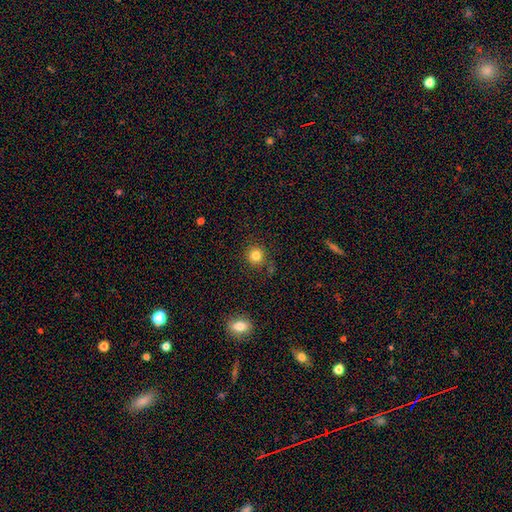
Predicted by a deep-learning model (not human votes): smooth_or_featured: smooth (p=0.83) [alt: star or artifact p=0.12]
how_rounded: round (p=0.91) [alt: in between p=0.08]
merging: none (p=0.84) [alt: minor disturbance p=0.09]